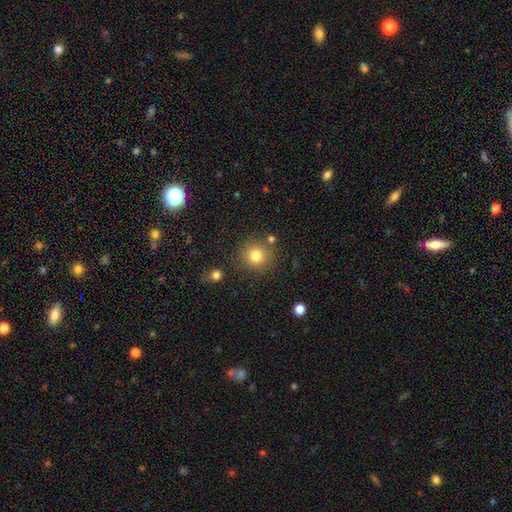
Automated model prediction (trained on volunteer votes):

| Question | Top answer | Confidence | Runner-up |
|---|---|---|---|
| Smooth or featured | smooth | 80% | star or artifact (12%) |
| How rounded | round | 93% | in between (6%) |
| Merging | none | 83% | minor disturbance (8%) |